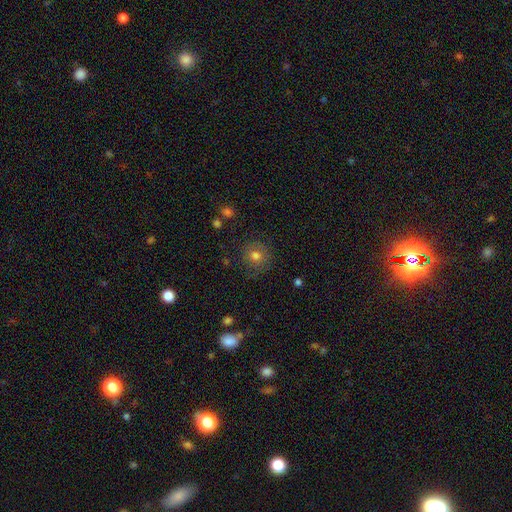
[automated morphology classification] smooth 74%, featured or disk 13%, star or artifact 13%. Down the decision tree: how rounded — round (91%); merging — none (81%).